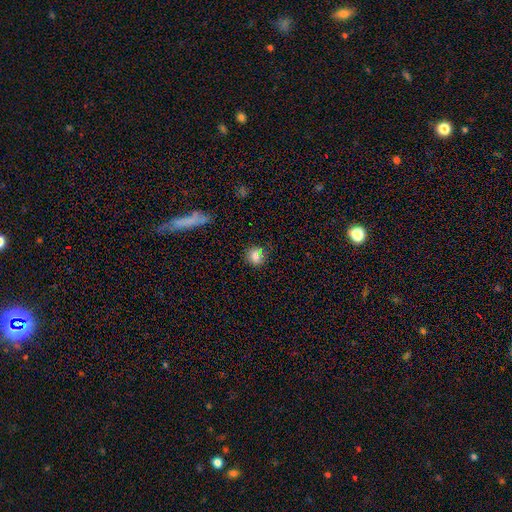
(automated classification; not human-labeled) A smooth galaxy with no disk features (75%) that is round (83%).

Vote fractions:
- Smooth or featured? smooth: 75% / star or artifact: 17% / featured or disk: 8%
- How rounded? round: 83% / in between: 16% / cigar-shaped: 2%
- Merging? none: 81% / minor disturbance: 12% / merger: 4% / major disturbance: 4%